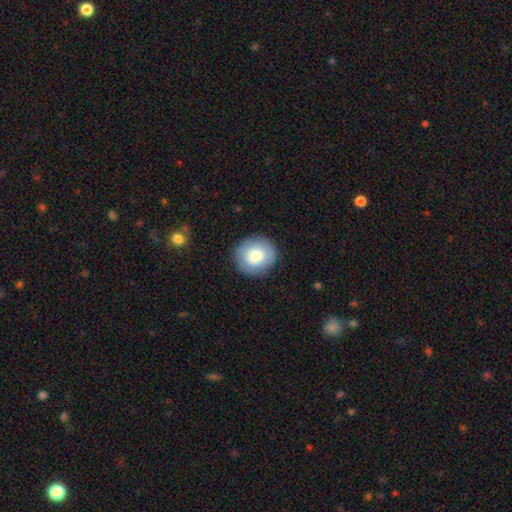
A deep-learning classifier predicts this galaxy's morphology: This appears to be a smooth galaxy with no disk features (80%) that is round (91%). Merging: none (89%).